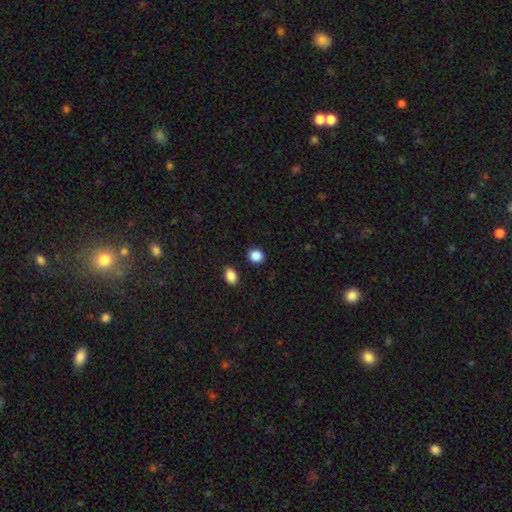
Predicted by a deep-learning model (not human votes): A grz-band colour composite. It shows a smooth galaxy with no disk features (88%) that is round (70%). Merging: none (88%).